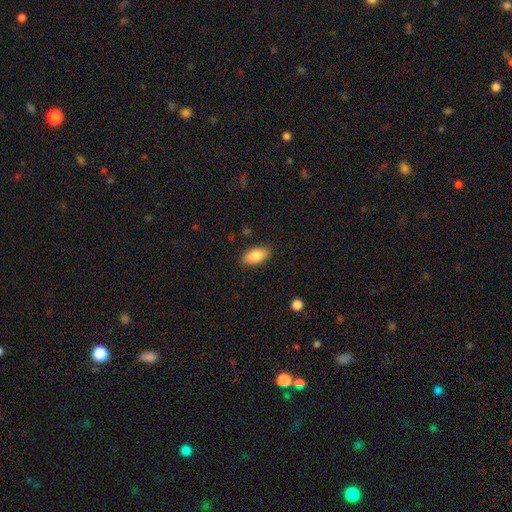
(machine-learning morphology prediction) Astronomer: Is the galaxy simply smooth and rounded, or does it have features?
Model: smooth — 83%.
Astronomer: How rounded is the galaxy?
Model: in between — 92%.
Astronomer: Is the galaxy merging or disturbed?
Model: none — 87%.